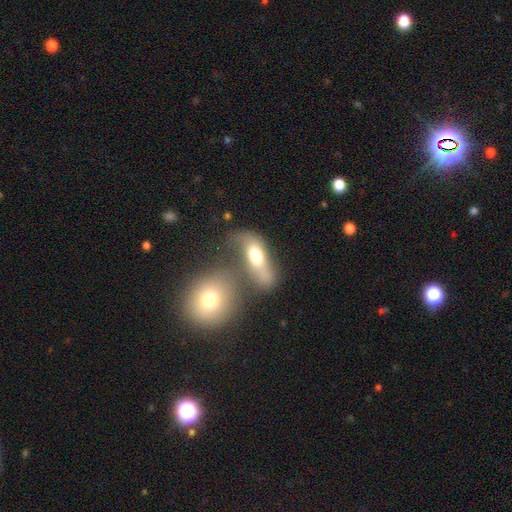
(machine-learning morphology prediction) This is likely a smooth galaxy (60%). How rounded: likely in between (75%). Merging: possibly merger (45%).